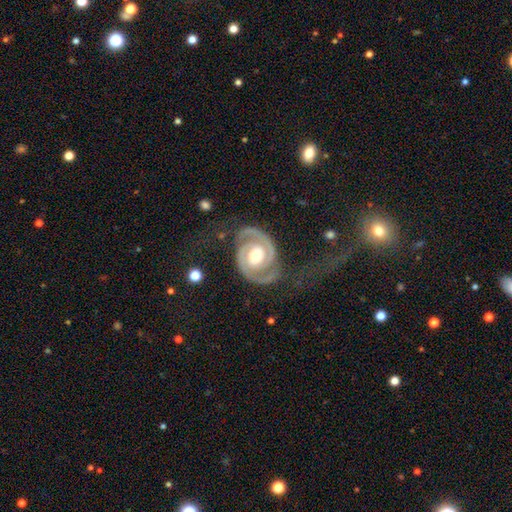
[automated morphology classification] A featured or disk galaxy (93%) with no bar (60%), 2 (93%) tight (63%) spiral arms (98%) and a moderate central bulge (74%).

Vote fractions:
- Smooth or featured? featured or disk: 93% / smooth: 4% / star or artifact: 4%
- Edge-on disk? no: 98% / yes: 2%
- Bar? no: 60% / weak: 27% / strong: 13%
- Spiral arms? yes: 98% / no: 2%
- Spiral winding? tight: 63% / medium: 32% / loose: 5%
- Spiral arm count? 2: 93% / can't tell: 2% / 3: 2% / 1: 2% / 4: 1% / more than 4: 1%
- Bulge size? moderate: 74% / small: 15% / large: 9% / dominant: 1% / none: 1%
- Merging? none: 76% / minor disturbance: 15% / major disturbance: 7% / merger: 2%